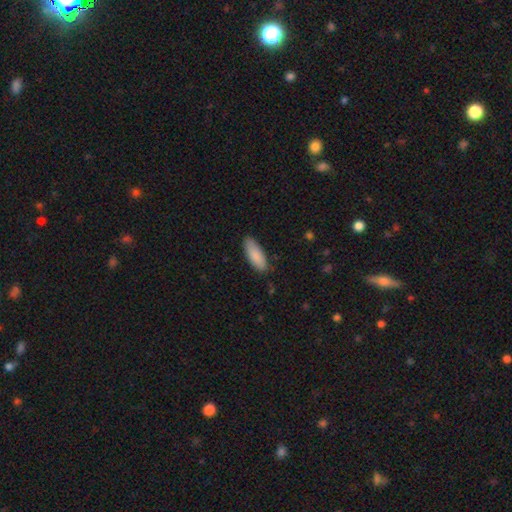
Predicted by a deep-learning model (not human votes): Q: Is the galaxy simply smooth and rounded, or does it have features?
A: smooth — 87%.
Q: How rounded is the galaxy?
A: in between — 75%.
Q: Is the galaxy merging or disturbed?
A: none — 82%.